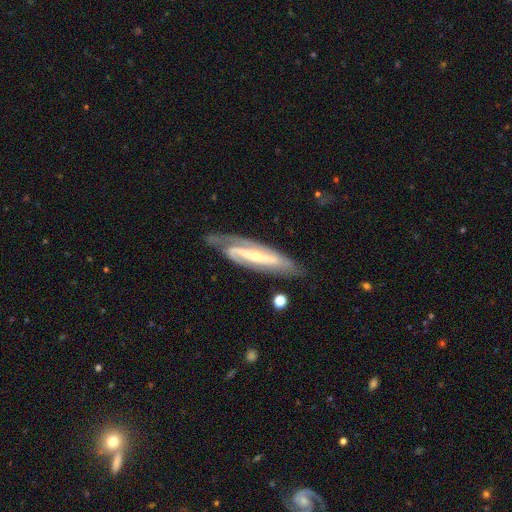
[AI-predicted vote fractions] A featured or disk galaxy (86%) with a strong bar (57%), 2 (80%) medium (44%) spiral arms (93%) and a small central bulge (65%). Merging: none (74%).